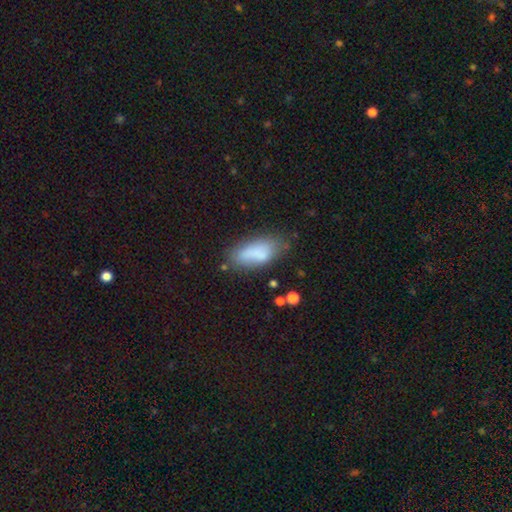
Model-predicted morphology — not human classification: Smooth or featured: smooth — 78% (featured or disk — 13%)
How rounded: in between — 78% (cigar-shaped — 19%)
Merging: none — 63% (minor disturbance — 26%)